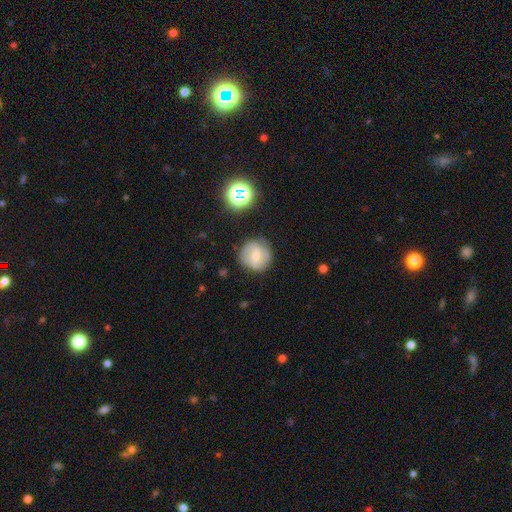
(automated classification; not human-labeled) Smooth or featured? featured or disk (52%)
Edge-on disk? no (97%)
Bar? weak (49%)
Spiral arms? yes (83%)
Bulge size? small (56%)
Merging? none (75%)